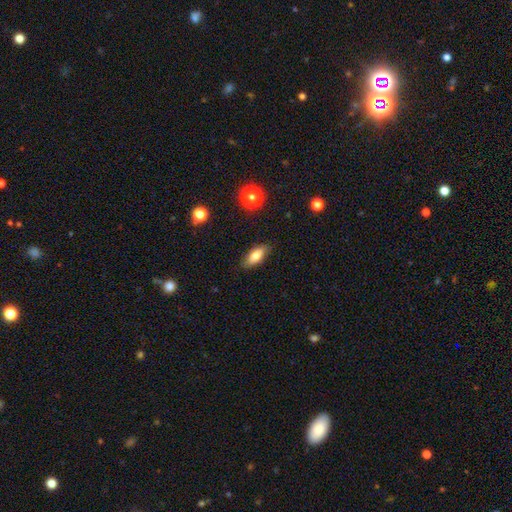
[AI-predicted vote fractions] Q: Smooth or featured?
A: smooth (75%); runner-up: featured or disk (17%)
Q: How rounded?
A: in between (81%); runner-up: cigar-shaped (15%)
Q: Merging?
A: none (84%); runner-up: minor disturbance (12%)